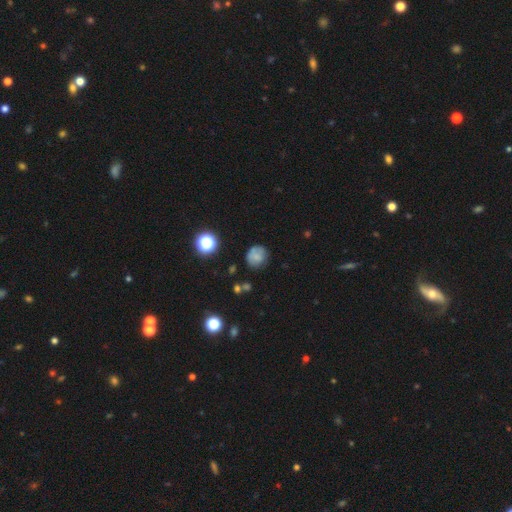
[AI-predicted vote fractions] This appears to be a smooth galaxy with no disk features (69%) that is round (80%). Merging: none (67%).